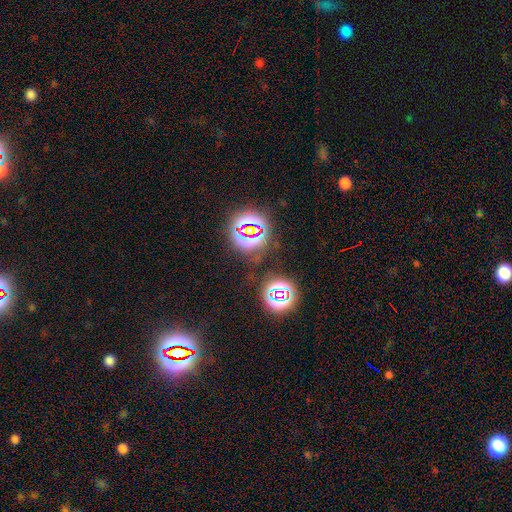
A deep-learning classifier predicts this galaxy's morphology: Smooth or featured? Predicted: star or artifact (p=0.79).